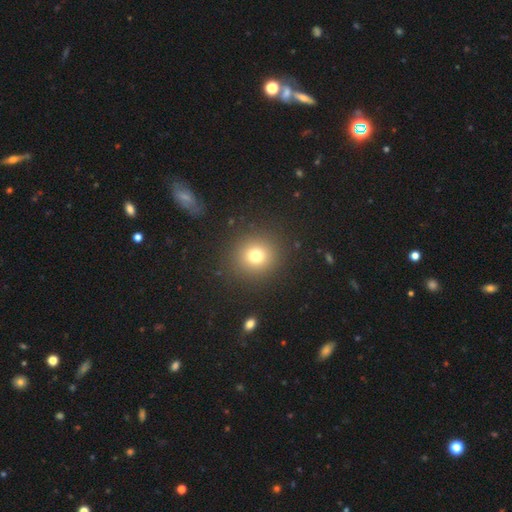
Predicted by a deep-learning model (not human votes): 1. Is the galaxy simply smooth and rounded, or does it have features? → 75% smooth, 15% star or artifact, 9% featured or disk.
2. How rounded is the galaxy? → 91% round, 8% in between, 1% cigar-shaped.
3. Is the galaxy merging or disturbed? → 89% none, 6% minor disturbance, 3% major disturbance, 2% merger.